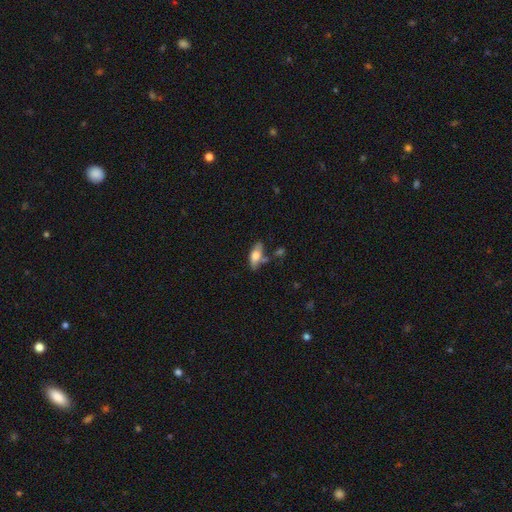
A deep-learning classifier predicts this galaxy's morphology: A smooth galaxy with no disk features (64%) that is in between round and cigar-shaped (78%). Merging: none (54%).